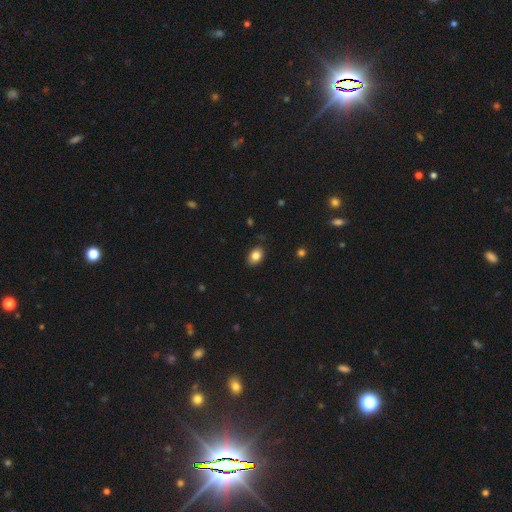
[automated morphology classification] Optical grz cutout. It shows a smooth galaxy with no disk features (83%) that is in between round and cigar-shaped (75%). Merging: none (83%).